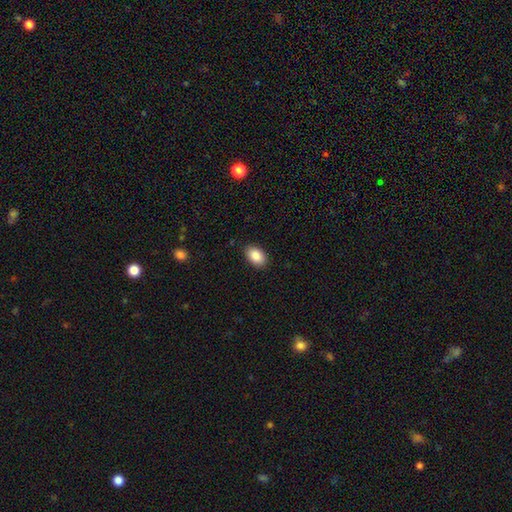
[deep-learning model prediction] Smooth or featured?
  - smooth: 88% *
  - star or artifact: 7%
  - featured or disk: 5%
How rounded?
  - in between: 90% *
  - round: 9%
  - cigar-shaped: 1%
Merging?
  - none: 88% *
  - minor disturbance: 9%
  - major disturbance: 2%
  - merger: 1%